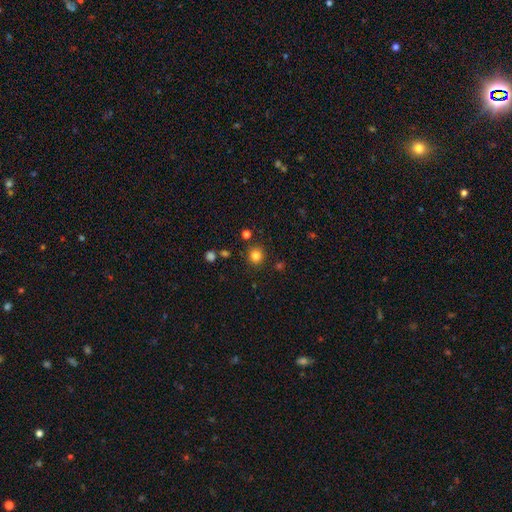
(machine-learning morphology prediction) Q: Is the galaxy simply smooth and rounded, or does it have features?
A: smooth — 81%.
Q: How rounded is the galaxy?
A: round — 89%.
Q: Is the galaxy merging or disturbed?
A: none — 87%.